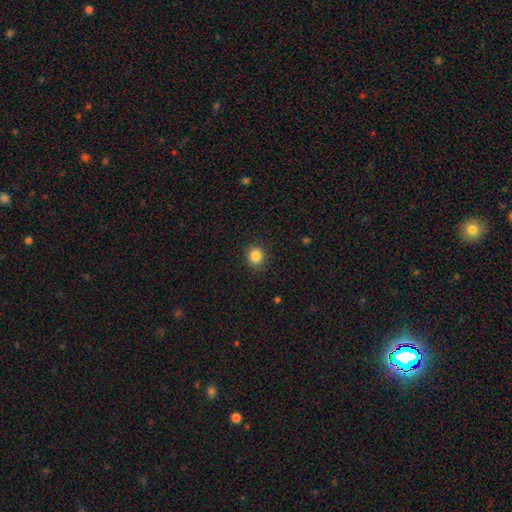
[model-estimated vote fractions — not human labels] The model was most divided on "how rounded": round: 86%, in between: 13%, cigar-shaped: 1%. More confident: merging — none (90%); smooth or featured — smooth (85%).